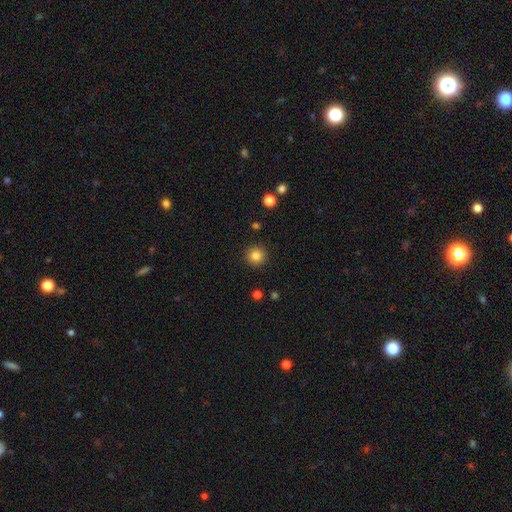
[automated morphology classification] type=smooth (84%); roundness=round (95%); merging=none (92%).